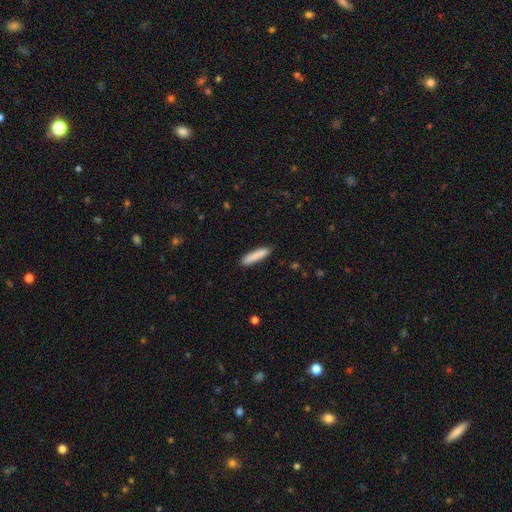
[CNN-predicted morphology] Overall: smooth (86%). How rounded: cigar-shaped (86%). Merging: none (89%).